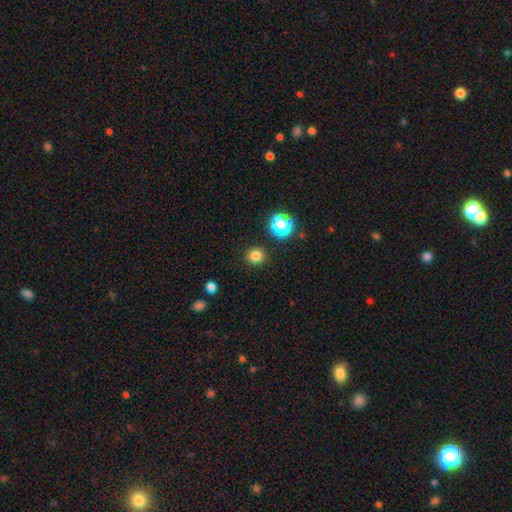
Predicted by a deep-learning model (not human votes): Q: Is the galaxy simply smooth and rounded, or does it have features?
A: smooth — 80%.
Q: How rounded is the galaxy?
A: round — 91%.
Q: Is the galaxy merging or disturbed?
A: none — 91%.